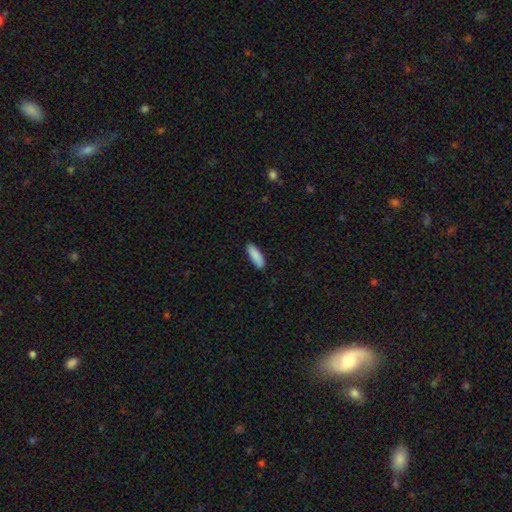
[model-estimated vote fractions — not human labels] Morphology: type=smooth (90%); roundness=in between (59%); merging=none (88%).